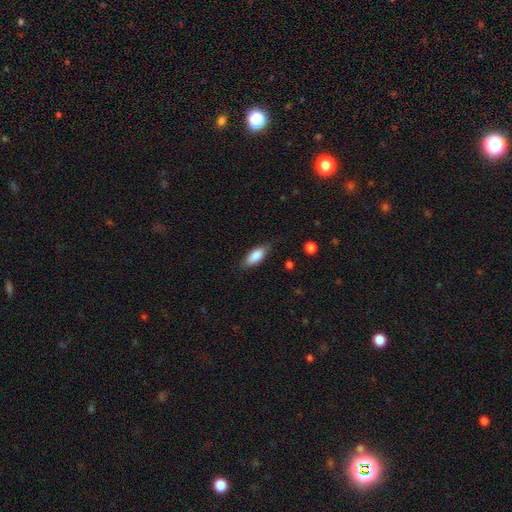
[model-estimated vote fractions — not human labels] Q: Smooth or featured?
A: smooth (83%); runner-up: featured or disk (11%)
Q: How rounded?
A: in between (80%); runner-up: cigar-shaped (18%)
Q: Merging?
A: none (76%); runner-up: minor disturbance (19%)